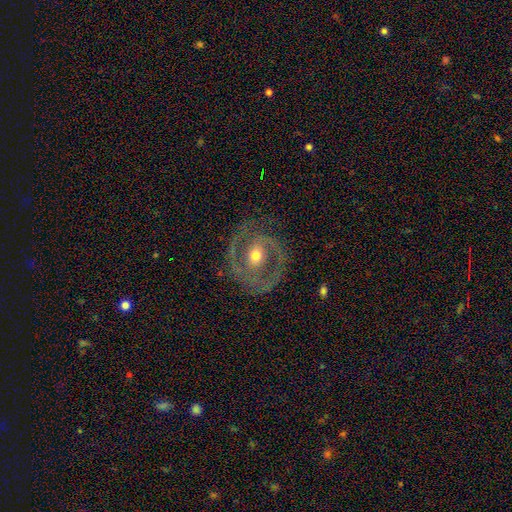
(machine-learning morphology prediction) Smooth or featured? Predicted: featured or disk (p=0.83). Edge-on disk? Predicted: no (p=0.97). Bar? Predicted: no (p=0.52). Spiral arms? Predicted: yes (p=0.82). Spiral winding? Predicted: tight (p=0.44). Spiral arm count? Predicted: 2 (p=0.77). Bulge size? Predicted: moderate (p=0.73). Merging? Predicted: none (p=0.76).